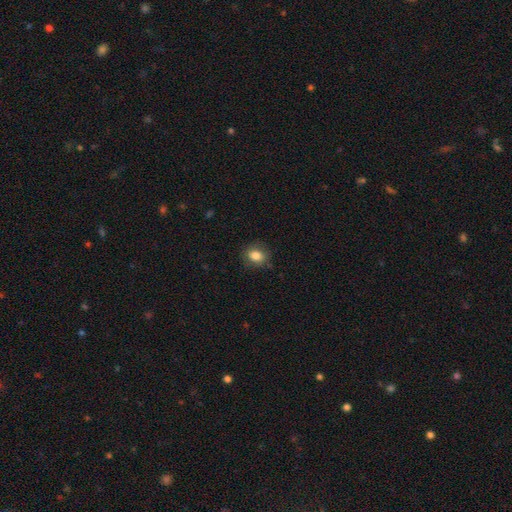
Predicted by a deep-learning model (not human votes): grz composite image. It shows a smooth galaxy with no disk features (83%) that is round (60%). Merging: none (82%).